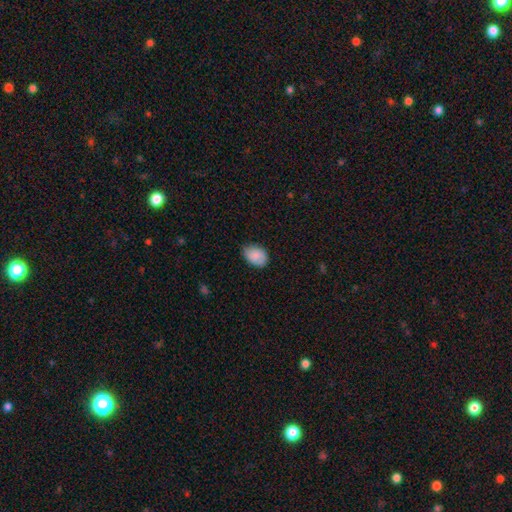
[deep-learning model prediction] Overall: smooth (85%). How rounded: in between (79%). Merging: none (72%).